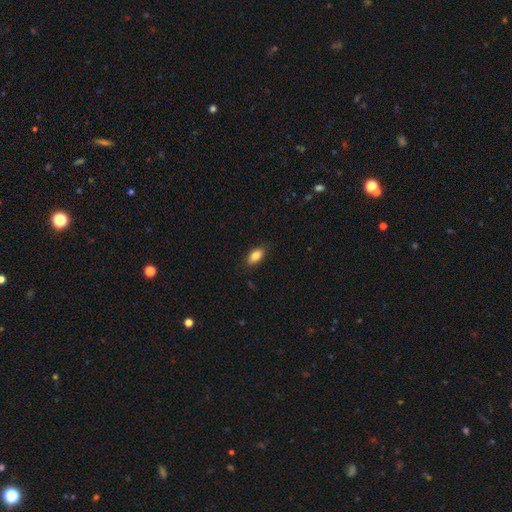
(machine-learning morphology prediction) Smooth or featured: smooth — 84% (featured or disk — 8%)
How rounded: in between — 90% (round — 5%)
Merging: none — 86% (minor disturbance — 11%)